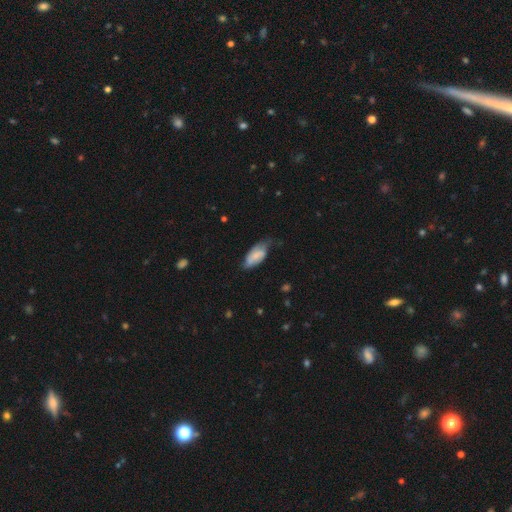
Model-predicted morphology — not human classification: Q: Smooth or featured?
A: smooth (61%); runner-up: featured or disk (32%)
Q: How rounded?
A: in between (89%); runner-up: cigar-shaped (9%)
Q: Merging?
A: none (41%); tied with: minor disturbance (41%)